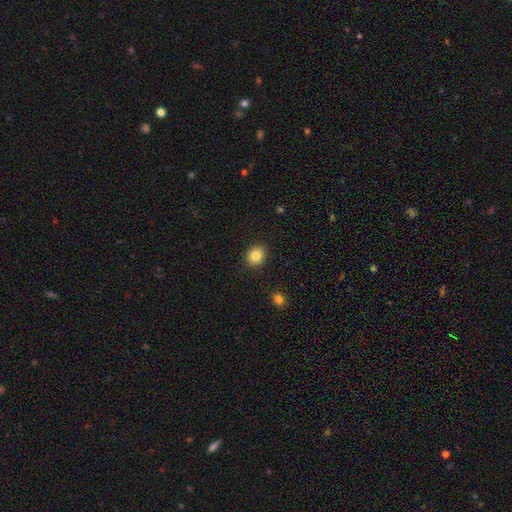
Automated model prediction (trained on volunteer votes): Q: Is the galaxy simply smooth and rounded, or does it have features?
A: smooth — 84%.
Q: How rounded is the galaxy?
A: round — 63%.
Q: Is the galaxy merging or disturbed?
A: none — 90%.